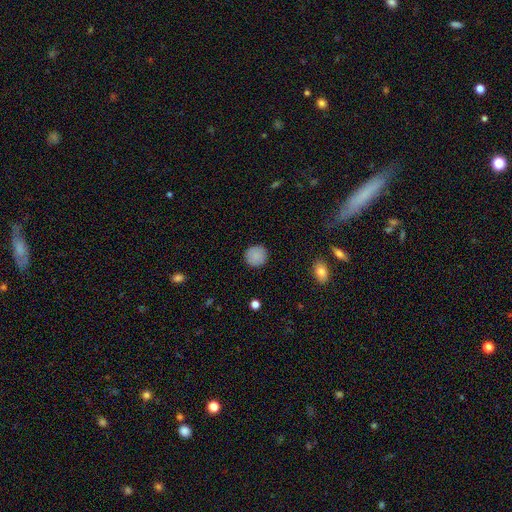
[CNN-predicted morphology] A smooth galaxy with no disk features (87%) that is round (92%).

Vote fractions:
- Smooth or featured? smooth: 87% / star or artifact: 8% / featured or disk: 5%
- How rounded? round: 92% / in between: 7% / cigar-shaped: 1%
- Merging? none: 89% / minor disturbance: 8% / major disturbance: 2% / merger: 1%